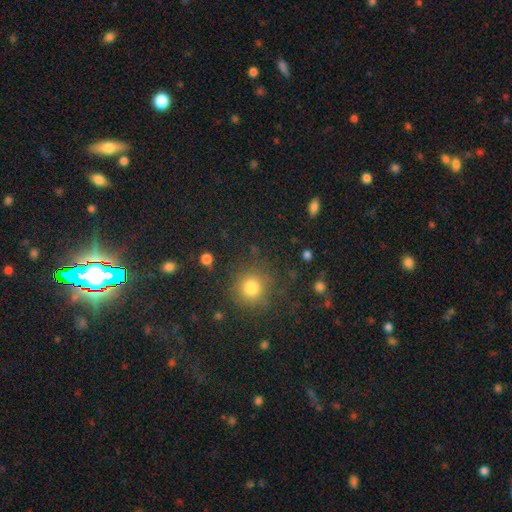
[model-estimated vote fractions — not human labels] Morphology: type=smooth (51%); roundness=round (93%); merging=none (88%).